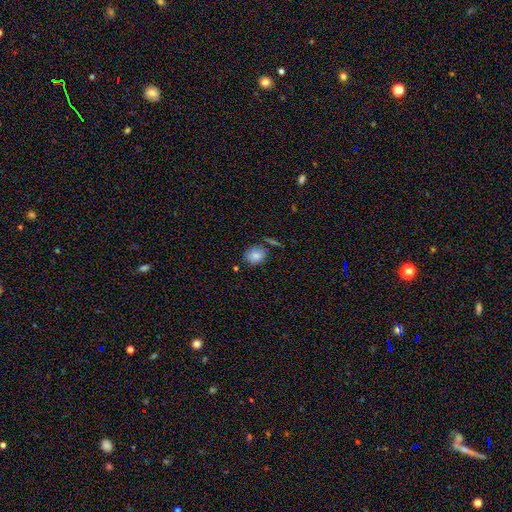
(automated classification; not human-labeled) Smooth or featured?
  - smooth: 82% *
  - star or artifact: 9%
  - featured or disk: 9%
How rounded?
  - round: 62% *
  - in between: 37%
  - cigar-shaped: 1%
Merging?
  - none: 68% *
  - minor disturbance: 19%
  - merger: 8%
  - major disturbance: 5%